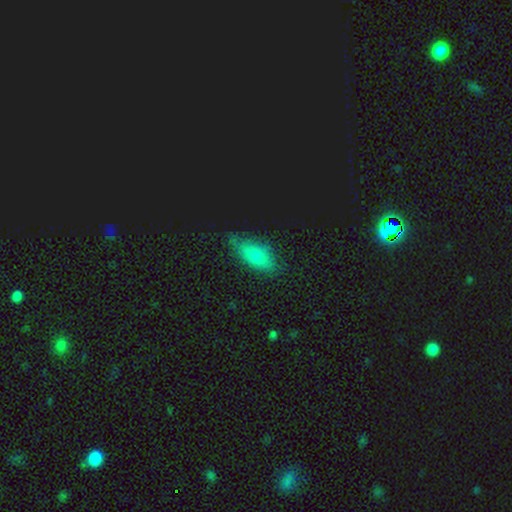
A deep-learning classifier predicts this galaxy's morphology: Overall: smooth (69%). How rounded: in between (80%). Merging: none (73%).